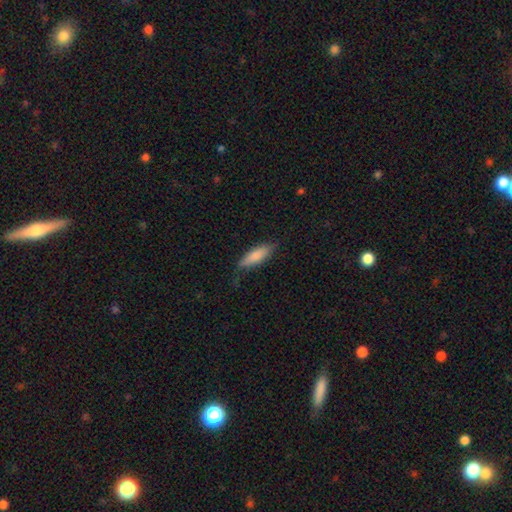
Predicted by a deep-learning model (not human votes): This is clearly a smooth galaxy (82%). How rounded: possibly in between (54%). Merging: likely none (73%).